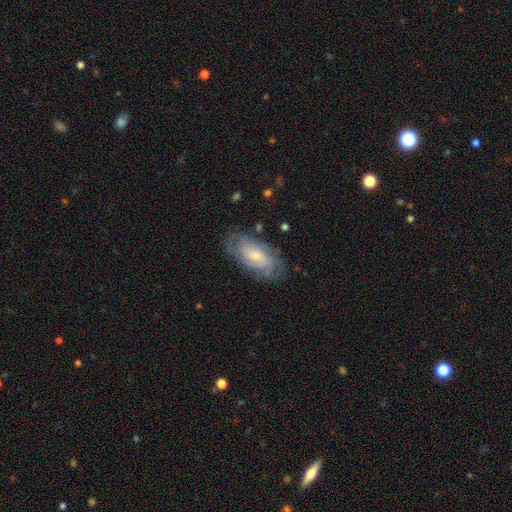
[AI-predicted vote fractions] Smooth or featured? Predicted: featured or disk (p=0.68). Edge-on disk? Predicted: no (p=0.93). Bar? Predicted: no (p=0.61). Spiral arms? Predicted: yes (p=0.88). Spiral winding? Predicted: tight (p=0.56). Spiral arm count? Predicted: can't tell (p=0.48). Bulge size? Predicted: small (p=0.61). Merging? Predicted: none (p=0.73).